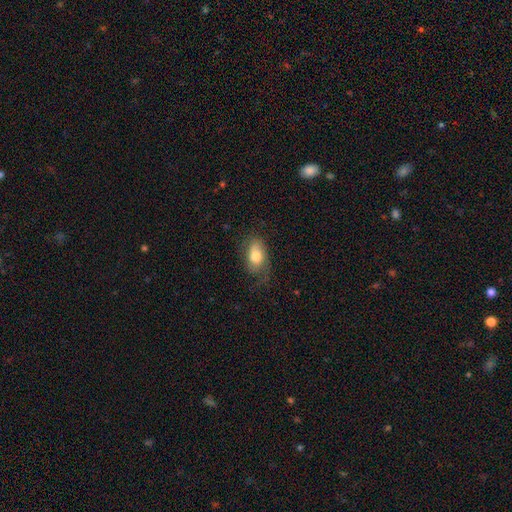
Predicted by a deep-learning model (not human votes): A smooth galaxy with no disk features (68%) that is in between round and cigar-shaped (90%).

Vote fractions:
- Smooth or featured? smooth: 68% / featured or disk: 25% / star or artifact: 7%
- How rounded? in between: 90% / round: 7% / cigar-shaped: 3%
- Merging? none: 53% / minor disturbance: 28% / major disturbance: 18% / merger: 2%